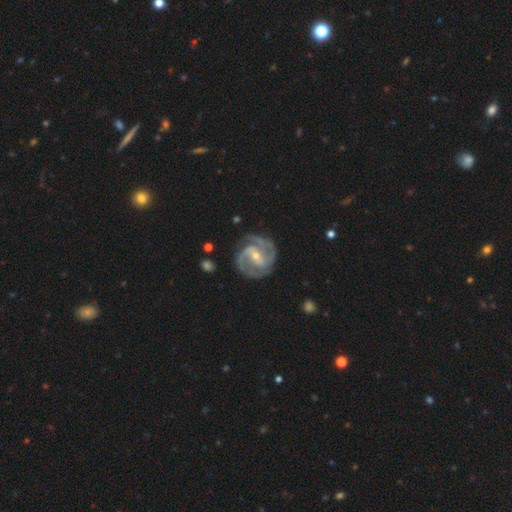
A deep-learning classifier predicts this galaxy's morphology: This appears to be a featured or disk galaxy (92%) with a weak bar (41%), 2 (70%) medium (50%) spiral arms (98%) and a small central bulge (59%). Merging: none (77%).